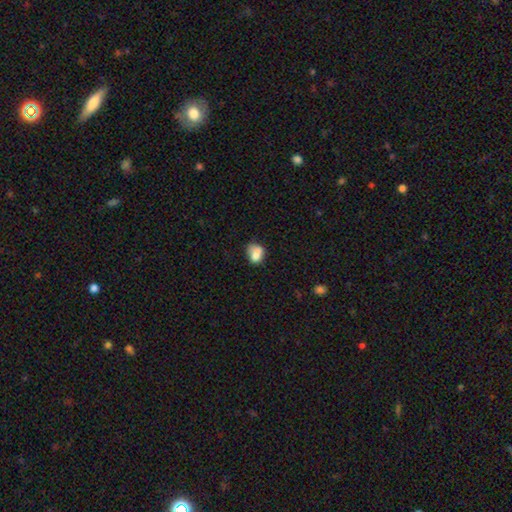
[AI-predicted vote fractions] smooth_or_featured: smooth (p=0.73) [alt: featured or disk p=0.17]
how_rounded: in between (p=0.52) [alt: round p=0.47]
merging: none (p=0.37) [alt: minor disturbance p=0.26]